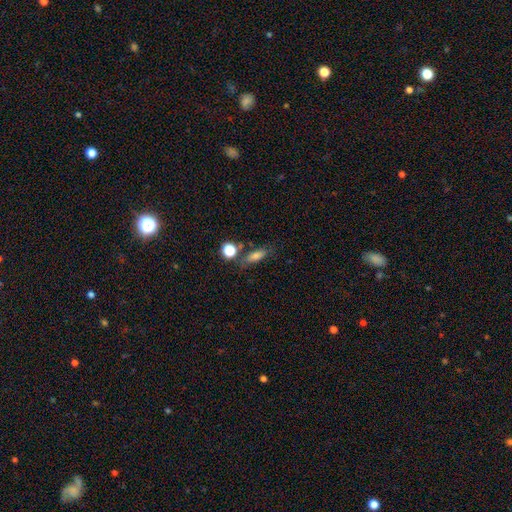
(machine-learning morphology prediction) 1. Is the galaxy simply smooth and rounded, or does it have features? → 70% smooth, 17% featured or disk, 13% star or artifact.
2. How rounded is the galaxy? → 57% in between, 32% cigar-shaped, 11% round.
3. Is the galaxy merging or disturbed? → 64% none, 16% minor disturbance, 13% merger, 7% major disturbance.